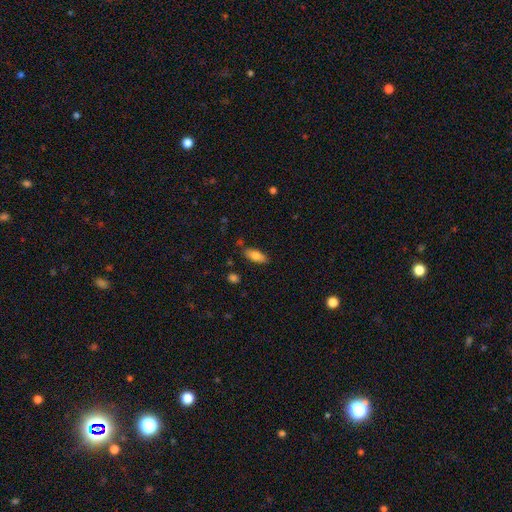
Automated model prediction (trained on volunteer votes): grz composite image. It shows a smooth galaxy with no disk features (78%) that is in between round and cigar-shaped (78%). Merging: none (79%).